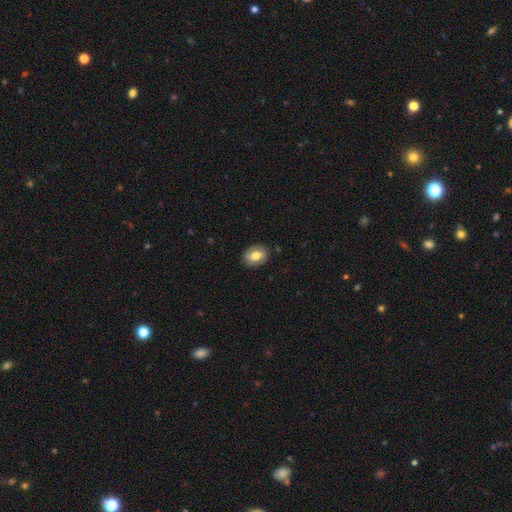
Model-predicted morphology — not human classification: This is likely a smooth galaxy (72%). How rounded: likely in between (67%). Merging: clearly none (87%).